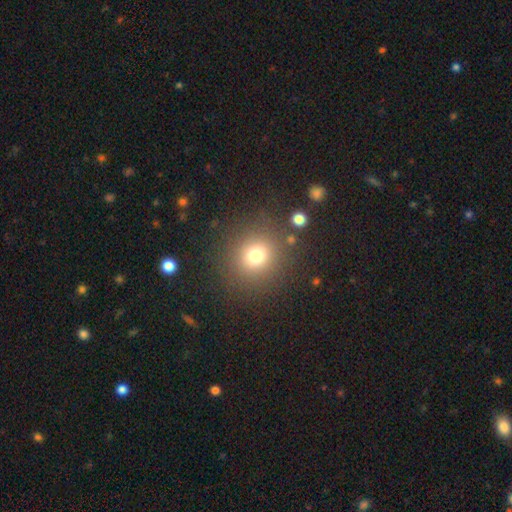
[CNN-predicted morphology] Smooth or featured? smooth (75%)
How rounded? round (86%)
Merging? none (84%)